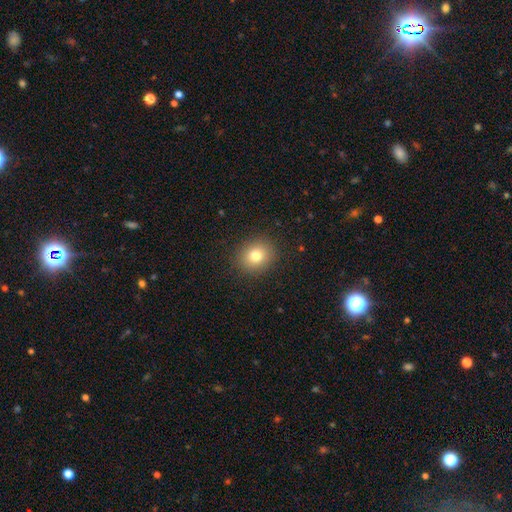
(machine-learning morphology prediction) A smooth galaxy with no disk features (79%) that is round (72%).

Vote fractions:
- Smooth or featured? smooth: 79% / star or artifact: 12% / featured or disk: 9%
- How rounded? round: 72% / in between: 27% / cigar-shaped: 1%
- Merging? none: 90% / minor disturbance: 7% / major disturbance: 2% / merger: 1%